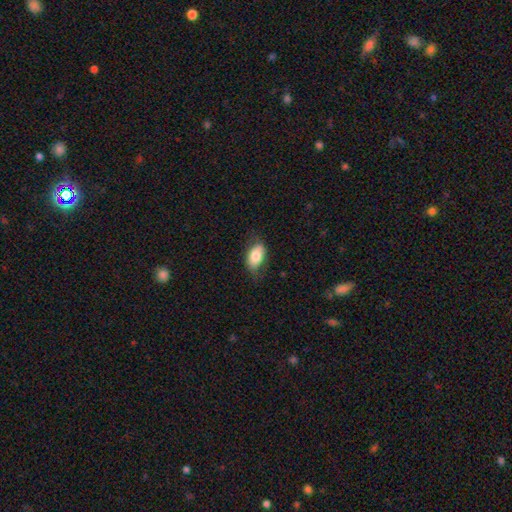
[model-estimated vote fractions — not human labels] This appears to be a smooth galaxy with no disk features (77%) that is in between round and cigar-shaped (92%). Merging: none (70%).